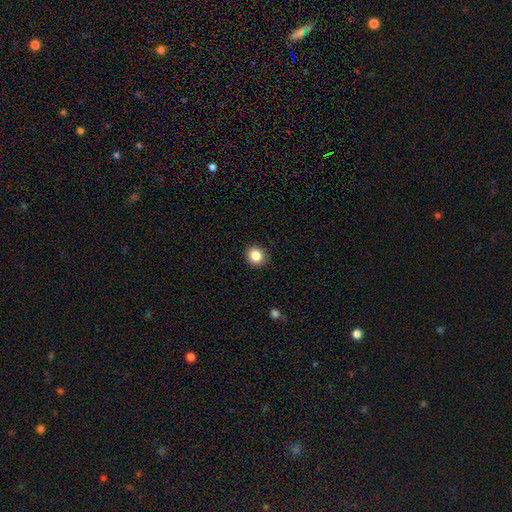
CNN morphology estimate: A smooth galaxy with no disk features (85%) that is round (83%).

Vote fractions:
- Smooth or featured? smooth: 85% / star or artifact: 10% / featured or disk: 5%
- How rounded? round: 83% / in between: 16% / cigar-shaped: 1%
- Merging? none: 90% / minor disturbance: 7% / major disturbance: 2% / merger: 1%